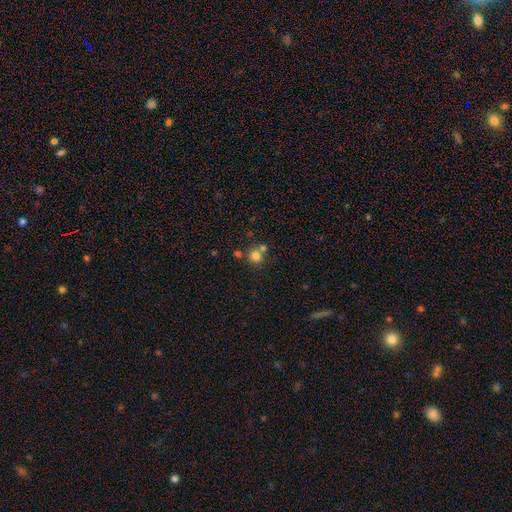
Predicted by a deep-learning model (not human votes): This appears to be a smooth galaxy with no disk features (78%) that is round (89%). Merging: none (63%).